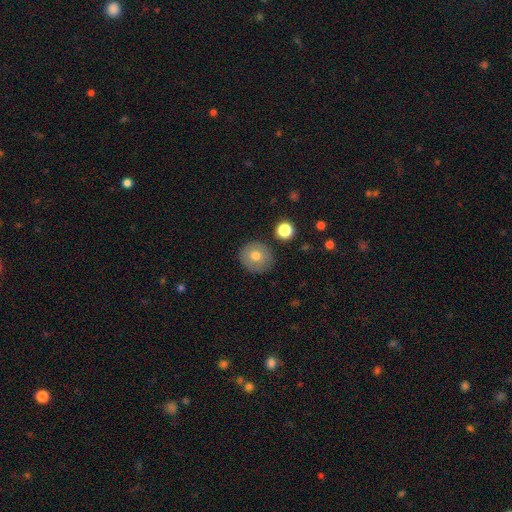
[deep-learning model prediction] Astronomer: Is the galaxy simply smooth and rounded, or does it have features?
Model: smooth — 72%.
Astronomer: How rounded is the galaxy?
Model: round — 88%.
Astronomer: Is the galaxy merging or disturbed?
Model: none — 84%.